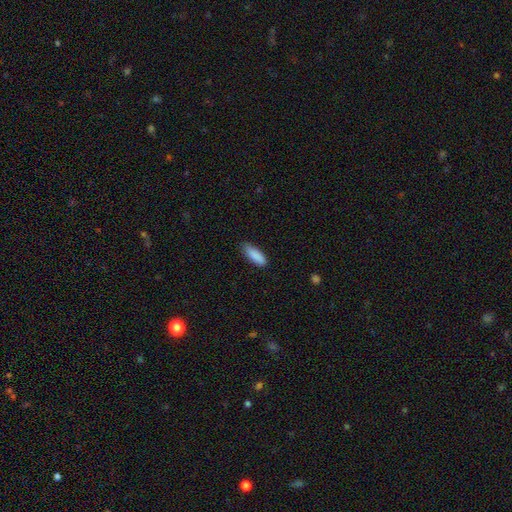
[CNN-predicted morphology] Overall: smooth (89%). How rounded: in between (64%; cigar-shaped 34%). Merging: none (79%).